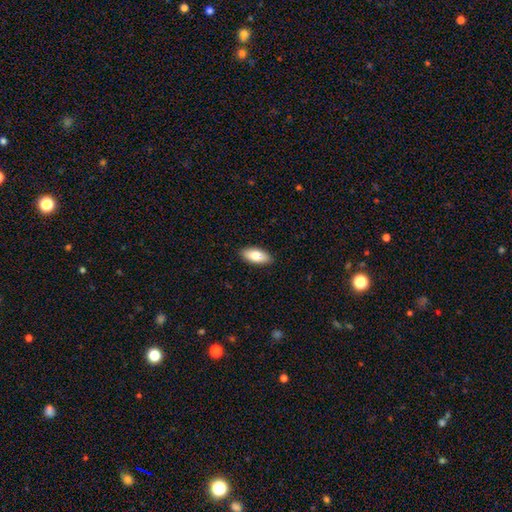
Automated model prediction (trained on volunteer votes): Smooth or featured: smooth — 79% (featured or disk — 15%)
How rounded: in between — 89% (cigar-shaped — 9%)
Merging: none — 89% (minor disturbance — 8%)